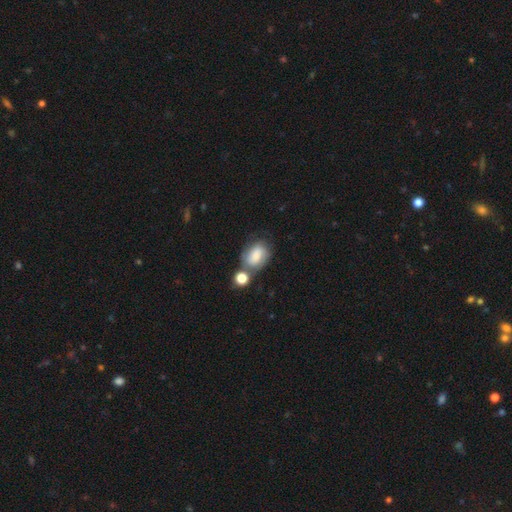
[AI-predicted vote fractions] smooth 68%, featured or disk 23%, star or artifact 9%. Down the decision tree: how rounded — in between (77%); merging — none (42%).